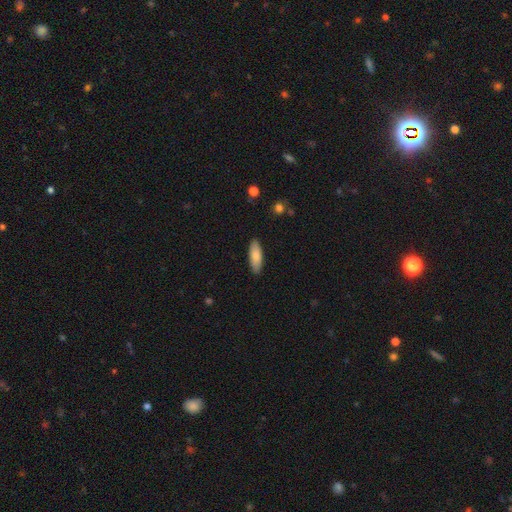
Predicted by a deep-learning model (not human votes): Smooth or featured?
  - smooth: 81% *
  - featured or disk: 14%
  - star or artifact: 6%
How rounded?
  - in between: 64% *
  - cigar-shaped: 34%
  - round: 2%
Merging?
  - none: 88% *
  - minor disturbance: 9%
  - major disturbance: 2%
  - merger: 1%